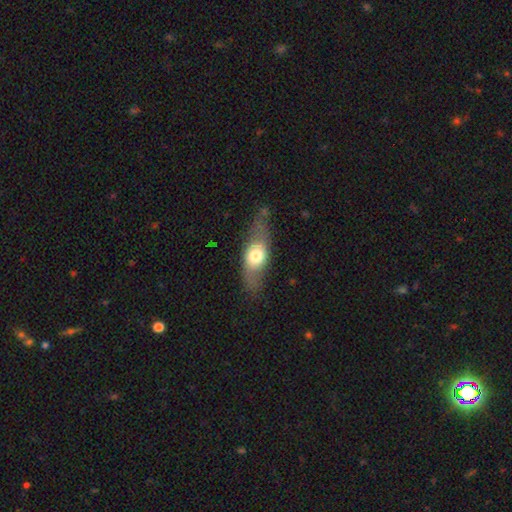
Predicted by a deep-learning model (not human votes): The model was most divided on "smooth or featured": smooth: 53%, featured or disk: 40%, star or artifact: 7%. More confident: merging — none (67%); how rounded — in between (63%).